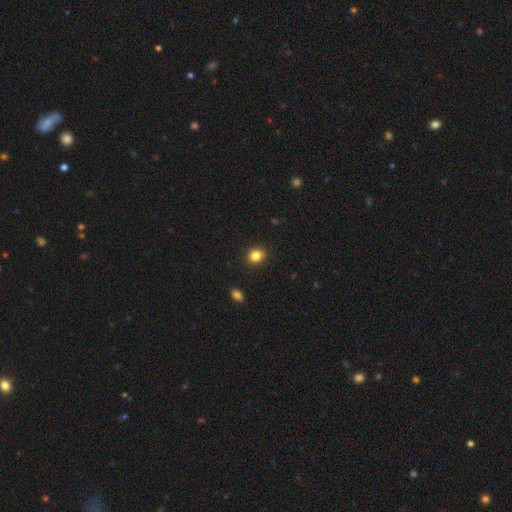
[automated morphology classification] Smooth or featured? Predicted: smooth (p=0.85). How rounded? Predicted: round (p=0.64). Merging? Predicted: none (p=0.90).